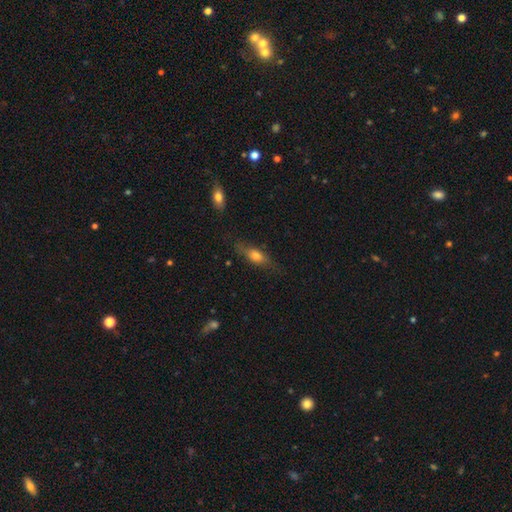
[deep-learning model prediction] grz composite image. It shows a smooth galaxy with no disk features (62%) that is in between round and cigar-shaped (57%). Merging: none (71%).